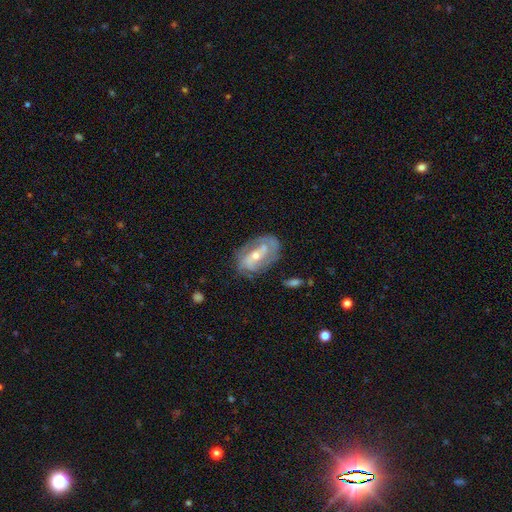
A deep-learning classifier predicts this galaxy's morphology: featured or disk 79%, smooth 15%, star or artifact 6%. Down the decision tree: edge-on disk — no (94%); bar — weak (37%); spiral arms — yes (85%); spiral arm count — 2 (59%); spiral winding — tight (45%); bulge size — small (50%); merging — none (71%).